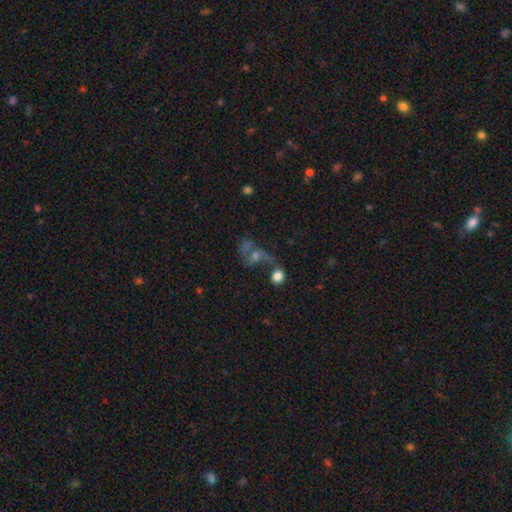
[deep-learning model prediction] featured or disk 47%, smooth 30%, star or artifact 23%. Down the decision tree: merging — merger (37%).